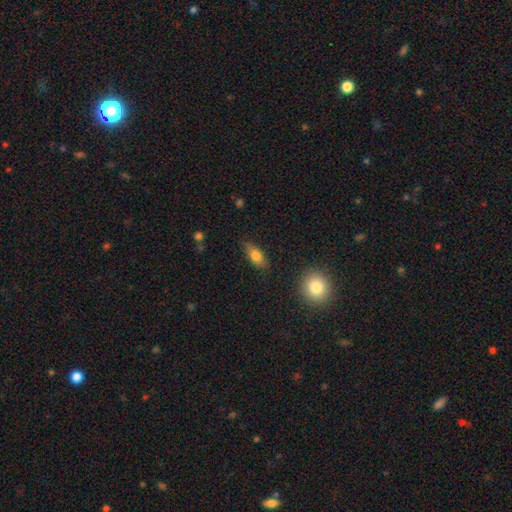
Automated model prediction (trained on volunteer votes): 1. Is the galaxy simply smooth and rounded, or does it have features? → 77% smooth, 15% featured or disk, 8% star or artifact.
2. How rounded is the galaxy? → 83% in between, 12% cigar-shaped, 6% round.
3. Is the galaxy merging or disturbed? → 78% none, 17% minor disturbance, 3% major disturbance, 2% merger.